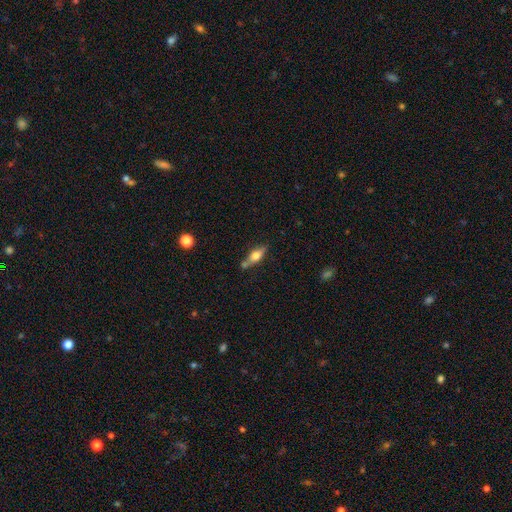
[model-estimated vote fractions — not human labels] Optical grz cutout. It shows a smooth galaxy with no disk features (53%) that is in between round and cigar-shaped (57%). Merging: none (61%).